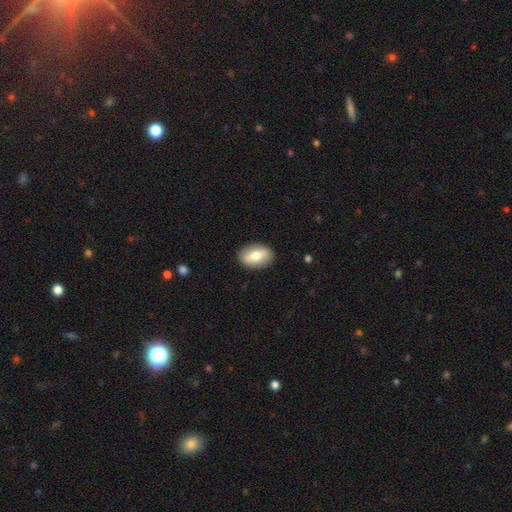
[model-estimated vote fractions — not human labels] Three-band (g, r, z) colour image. It shows a smooth galaxy with no disk features (65%) that is in between round and cigar-shaped (87%). Merging: none (88%).